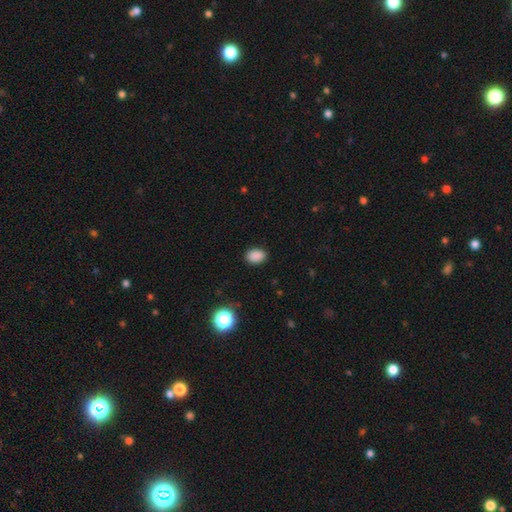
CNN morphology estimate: The model was most divided on "how rounded": in between: 75%, round: 23%, cigar-shaped: 1%. More confident: merging — none (88%); smooth or featured — smooth (87%).